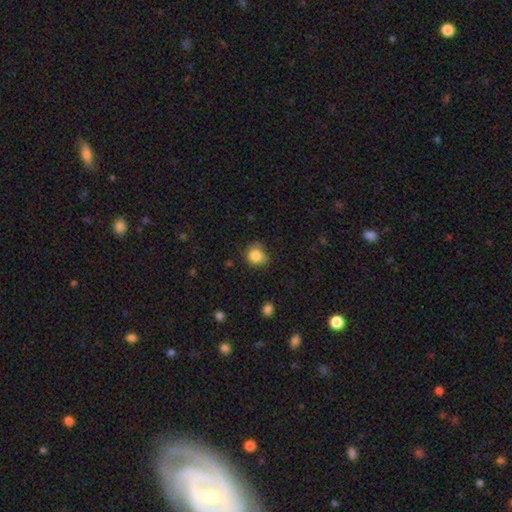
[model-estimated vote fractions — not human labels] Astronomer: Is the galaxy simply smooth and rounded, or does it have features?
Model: smooth — 83%.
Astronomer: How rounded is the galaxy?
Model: round — 73%.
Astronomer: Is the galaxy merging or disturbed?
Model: none — 60%.